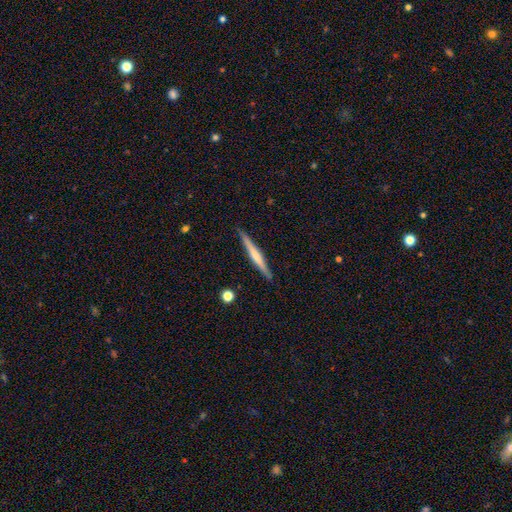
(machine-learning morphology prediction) Smooth or featured?
  - featured or disk: 55% *
  - smooth: 39%
  - star or artifact: 6%
Edge-on disk?
  - yes: 97% *
  - no: 3%
Edge-on bulge?
  - rounded: 47% *
  - none: 42%
  - boxy: 11%
Merging?
  - none: 90% *
  - minor disturbance: 8%
  - major disturbance: 1%
  - merger: 1%